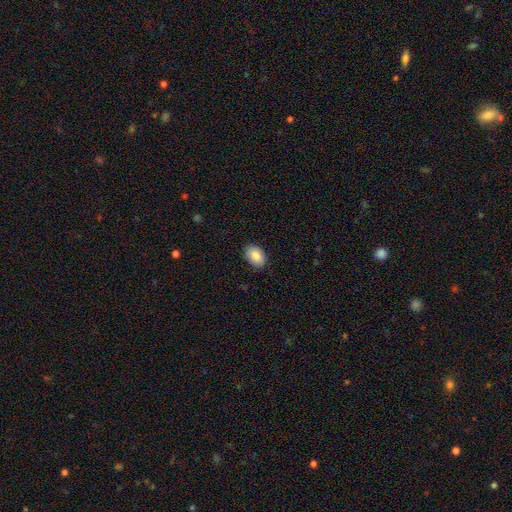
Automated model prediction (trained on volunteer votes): Q: Smooth or featured?
A: smooth (88%); runner-up: star or artifact (7%)
Q: How rounded?
A: in between (86%); runner-up: round (13%)
Q: Merging?
A: none (85%); runner-up: minor disturbance (12%)